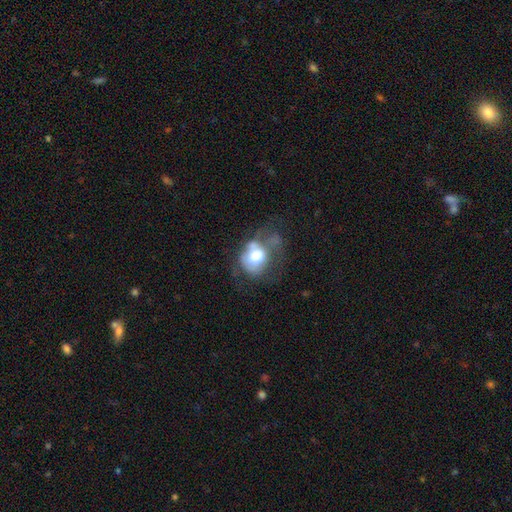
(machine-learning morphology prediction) Q: Smooth or featured?
A: smooth (58%); runner-up: featured or disk (32%)
Q: How rounded?
A: round (62%); runner-up: in between (37%)
Q: Merging?
A: major disturbance (35%); runner-up: none (28%)